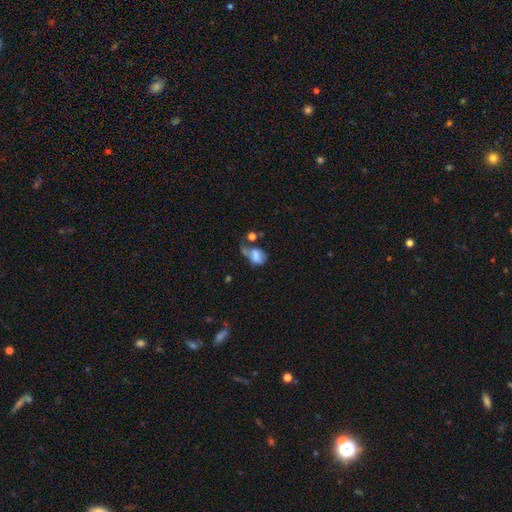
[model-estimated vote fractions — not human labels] A smooth galaxy with no disk features (64%) that is in between round and cigar-shaped (74%). Merging: major disturbance (37%).